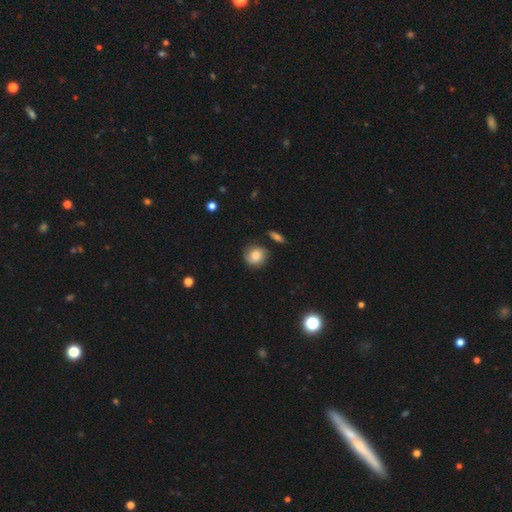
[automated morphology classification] A smooth galaxy with no disk features (66%) that is round (82%).

Vote fractions:
- Smooth or featured? smooth: 66% / featured or disk: 25% / star or artifact: 9%
- How rounded? round: 82% / in between: 17% / cigar-shaped: 1%
- Merging? none: 73% / minor disturbance: 19% / major disturbance: 5% / merger: 3%